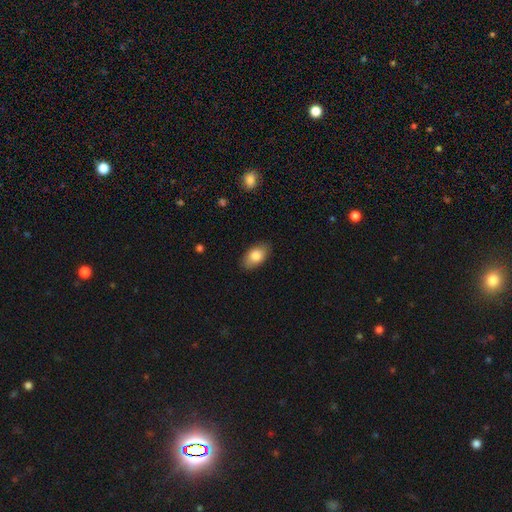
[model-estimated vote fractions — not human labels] This is clearly a smooth galaxy (84%). How rounded: clearly in between (92%). Merging: clearly none (85%).